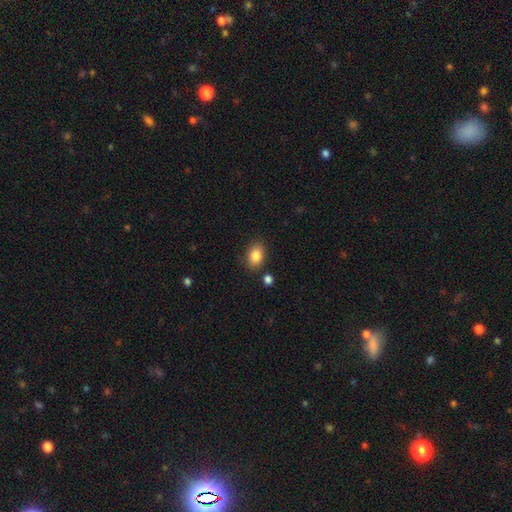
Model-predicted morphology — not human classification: smooth 85%, star or artifact 8%, featured or disk 6%. Down the decision tree: how rounded — in between (76%); merging — none (81%).